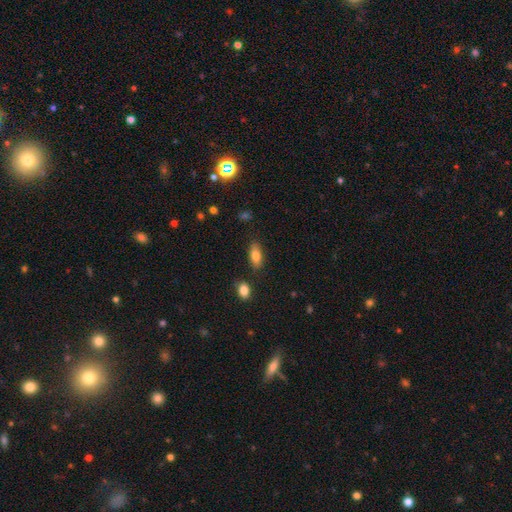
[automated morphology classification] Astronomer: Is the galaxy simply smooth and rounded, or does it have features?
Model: smooth — 79%.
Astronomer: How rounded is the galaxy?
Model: in between — 82%.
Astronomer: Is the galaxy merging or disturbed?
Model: none — 82%.